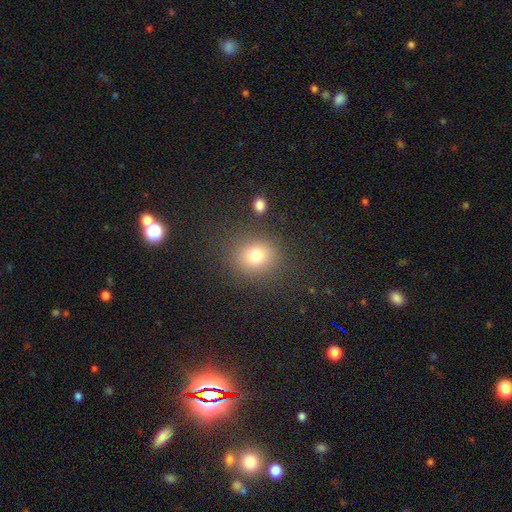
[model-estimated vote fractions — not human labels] Q: Smooth or featured?
A: smooth (77%); runner-up: star or artifact (15%)
Q: How rounded?
A: round (66%); runner-up: in between (33%)
Q: Merging?
A: none (84%); runner-up: minor disturbance (10%)